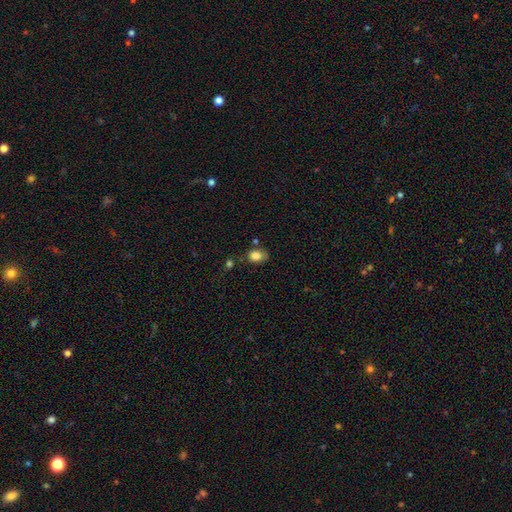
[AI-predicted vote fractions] Smooth or featured: smooth — 83% (star or artifact — 10%)
How rounded: in between — 70% (round — 29%)
Merging: none — 59% (minor disturbance — 26%)